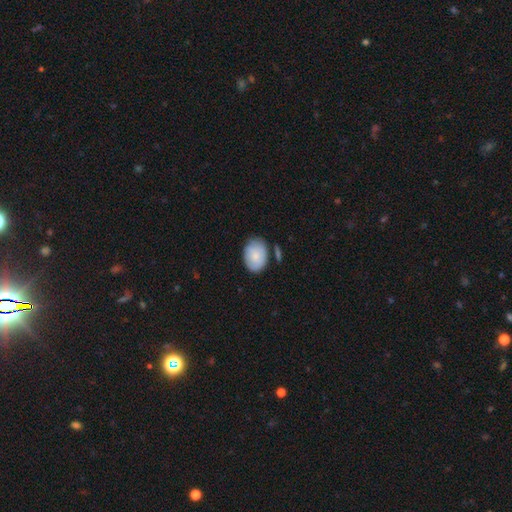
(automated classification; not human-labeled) Q: Smooth or featured?
A: smooth (78%); runner-up: featured or disk (15%)
Q: How rounded?
A: in between (79%); runner-up: round (20%)
Q: Merging?
A: none (67%); runner-up: minor disturbance (23%)